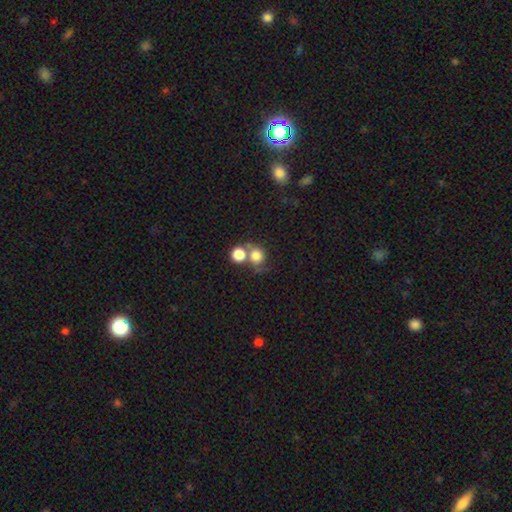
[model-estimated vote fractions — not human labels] Morphology: type=smooth (78%); roundness=round (83%); merging=none (46%).